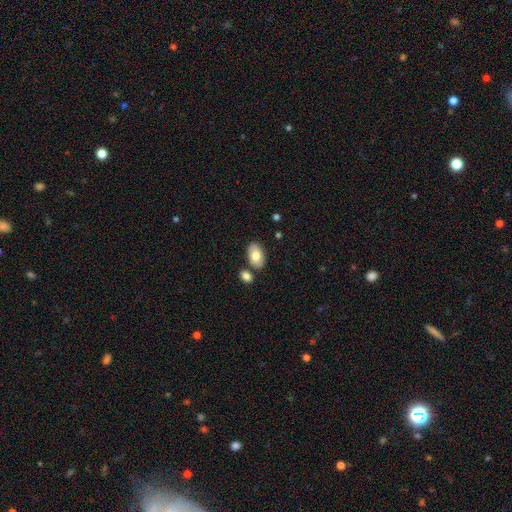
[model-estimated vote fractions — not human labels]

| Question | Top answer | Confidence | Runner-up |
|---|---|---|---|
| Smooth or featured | smooth | 75% | featured or disk (19%) |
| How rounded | in between | 92% | round (7%) |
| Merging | none | 73% | merger (12%) |